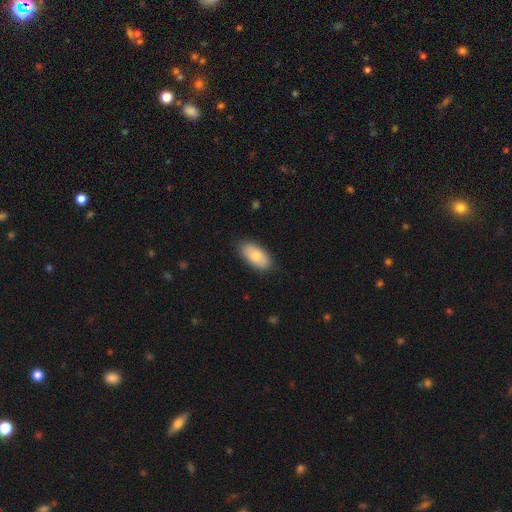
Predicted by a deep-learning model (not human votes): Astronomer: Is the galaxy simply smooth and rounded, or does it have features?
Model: smooth — 75%.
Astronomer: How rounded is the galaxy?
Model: in between — 93%.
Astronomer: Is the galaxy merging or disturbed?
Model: none — 84%.